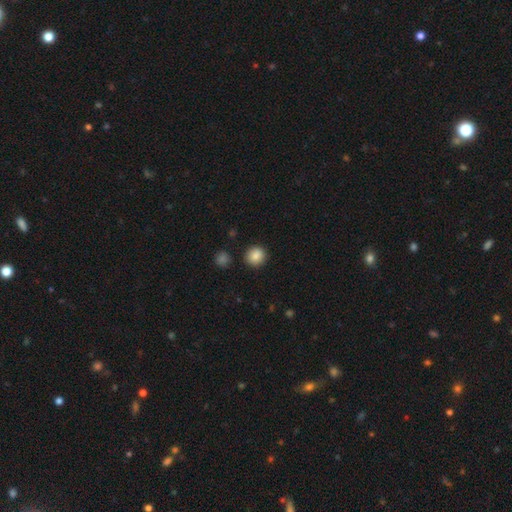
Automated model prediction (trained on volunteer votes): Morphology: type=smooth (87%); roundness=round (89%); merging=none (89%).